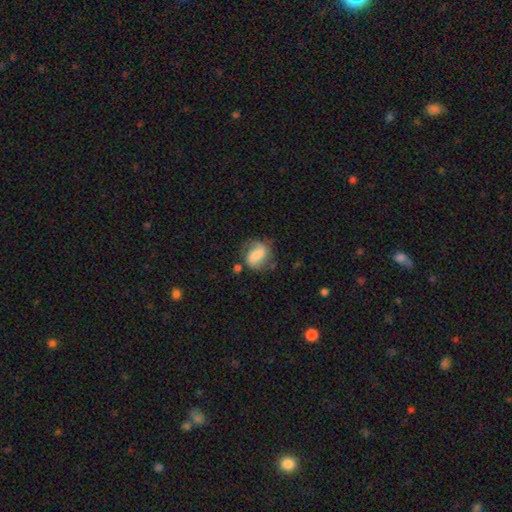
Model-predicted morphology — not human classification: Overall: smooth (54%; featured or disk 38%). How rounded: in between (57%; round 40%). Merging: none (56%; minor disturbance 26%).